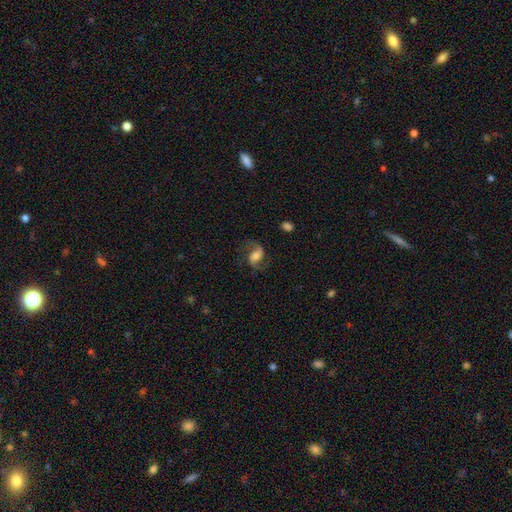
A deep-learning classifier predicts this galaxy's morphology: Smooth or featured: featured or disk — 67% (smooth — 24%)
Edge-on disk: no — 96% (yes — 4%)
Bar: weak — 39% (no — 37%)
Spiral arms: yes — 92% (no — 8%)
Spiral winding: loose — 55% (medium — 36%)
Spiral arm count: 2 — 90% (can't tell — 4%)
Bulge size: moderate — 45% (small — 28%)
Merging: none — 69% (minor disturbance — 17%)